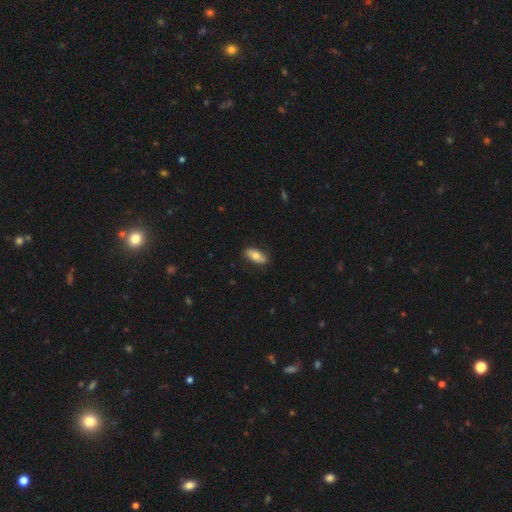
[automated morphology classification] smooth_or_featured: smooth (p=0.71) [alt: featured or disk p=0.24]
how_rounded: in between (p=0.82) [alt: cigar-shaped p=0.15]
merging: none (p=0.85) [alt: minor disturbance p=0.12]